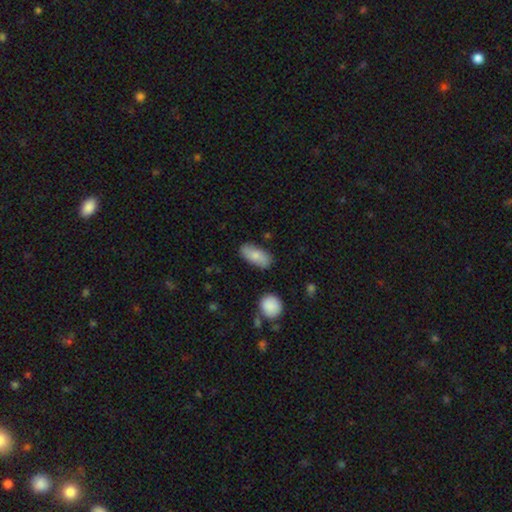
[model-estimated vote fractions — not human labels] Overall: smooth (79%). How rounded: in between (88%). Merging: none (80%).